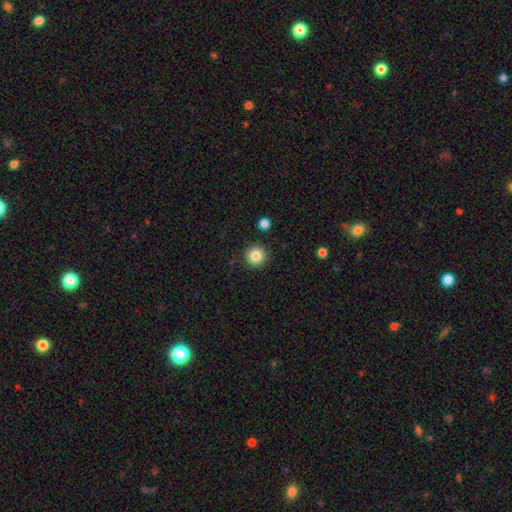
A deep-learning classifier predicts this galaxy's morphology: smooth 84%, star or artifact 10%, featured or disk 6%. Down the decision tree: how rounded — round (95%); merging — none (90%).